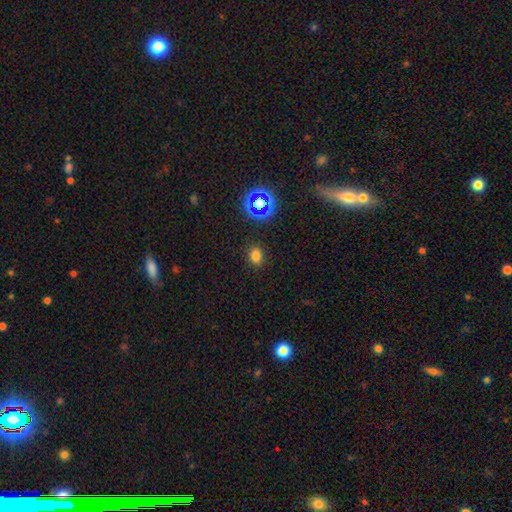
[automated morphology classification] type=smooth (74%); roundness=in between (53%); merging=none (86%).